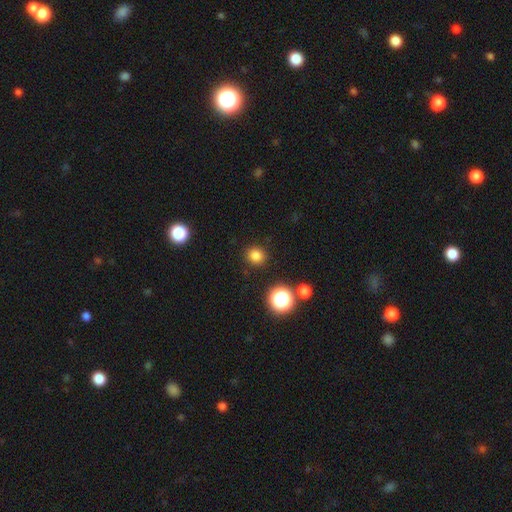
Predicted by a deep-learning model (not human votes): Q: Smooth or featured?
A: smooth (81%); runner-up: star or artifact (15%)
Q: How rounded?
A: round (88%); runner-up: in between (11%)
Q: Merging?
A: none (89%); runner-up: minor disturbance (6%)